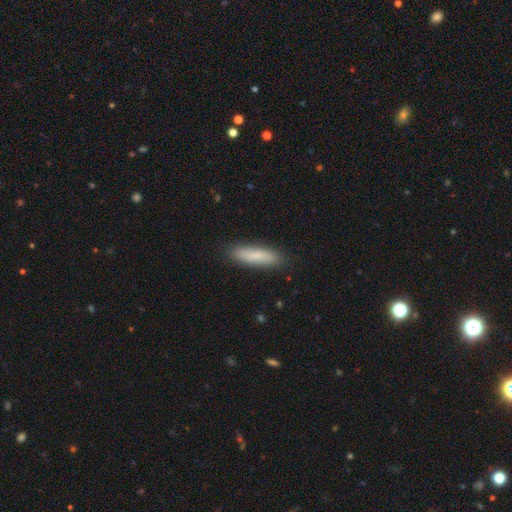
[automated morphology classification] Q: Smooth or featured?
A: smooth (84%); runner-up: featured or disk (10%)
Q: How rounded?
A: cigar-shaped (71%); runner-up: in between (28%)
Q: Merging?
A: none (88%); runner-up: minor disturbance (9%)